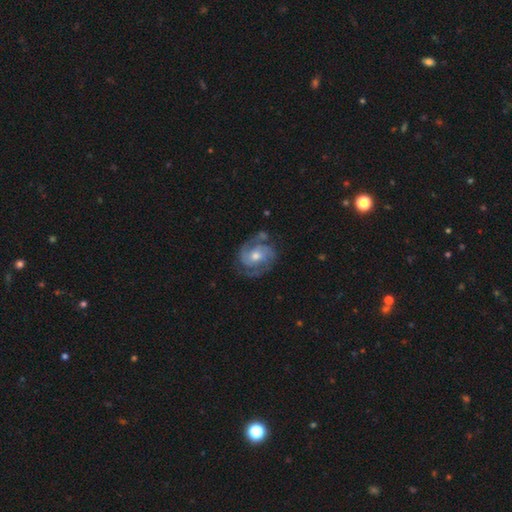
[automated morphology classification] Smooth or featured?
  - featured or disk: 87% *
  - smooth: 8%
  - star or artifact: 6%
Edge-on disk?
  - no: 98% *
  - yes: 2%
Bar?
  - no: 62% *
  - weak: 30%
  - strong: 8%
Spiral arms?
  - yes: 96% *
  - no: 4%
Spiral winding?
  - tight: 47% *
  - medium: 44%
  - loose: 10%
Spiral arm count?
  - 2: 69% *
  - 3: 15%
  - can't tell: 8%
  - 1: 3%
  - 4: 3%
  - more than 4: 2%
Bulge size?
  - moderate: 66% *
  - small: 27%
  - large: 5%
  - none: 1%
  - dominant: 1%
Merging?
  - none: 73% *
  - minor disturbance: 17%
  - major disturbance: 7%
  - merger: 3%